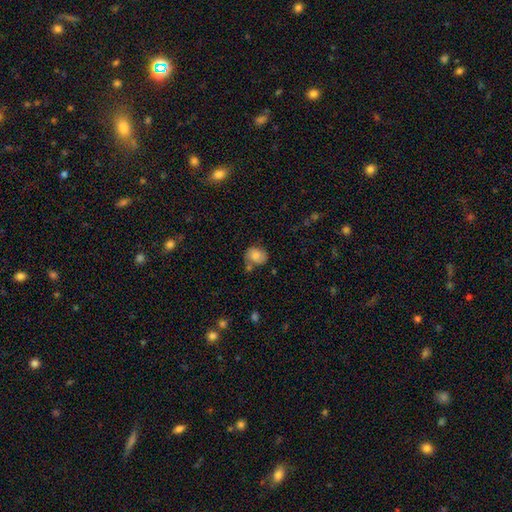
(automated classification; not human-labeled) Smooth or featured? Predicted: smooth (p=0.63). How rounded? Predicted: round (p=0.62). Merging? Predicted: none (p=0.56).